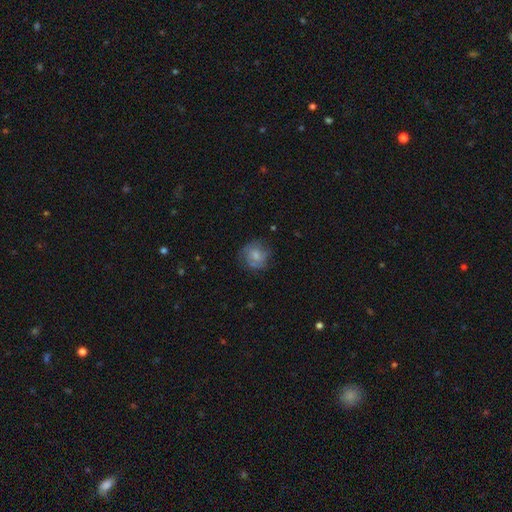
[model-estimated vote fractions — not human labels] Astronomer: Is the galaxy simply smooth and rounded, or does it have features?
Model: featured or disk — 50% (runner-up: smooth, 42%).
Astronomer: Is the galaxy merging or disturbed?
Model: none — 71%.